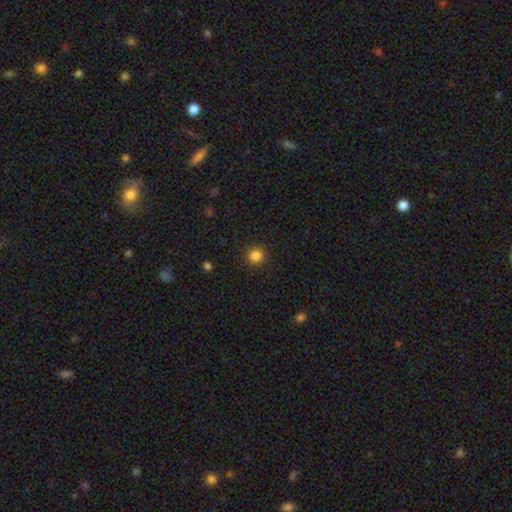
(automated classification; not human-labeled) Smooth or featured? Predicted: smooth (p=0.84). How rounded? Predicted: round (p=0.94). Merging? Predicted: none (p=0.92).